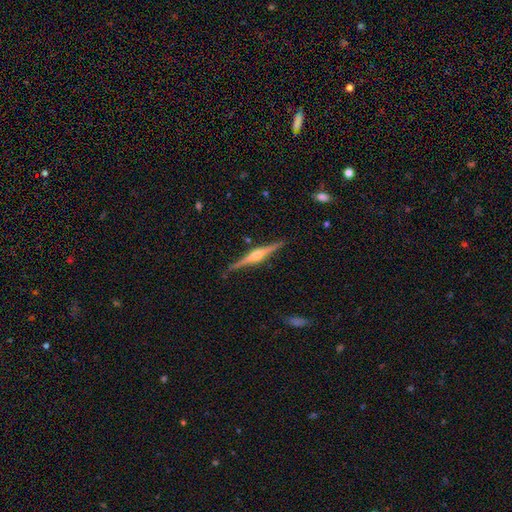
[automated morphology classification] smooth-or-featured: featured or disk: 83% | smooth: 11% | star or artifact: 5%
  disk-edge-on: yes: 98% | no: 2%
    edge-on-bulge: rounded: 88% | boxy: 7% | none: 5%
  merging: none: 89% | minor disturbance: 8% | major disturbance: 2% | merger: 1%